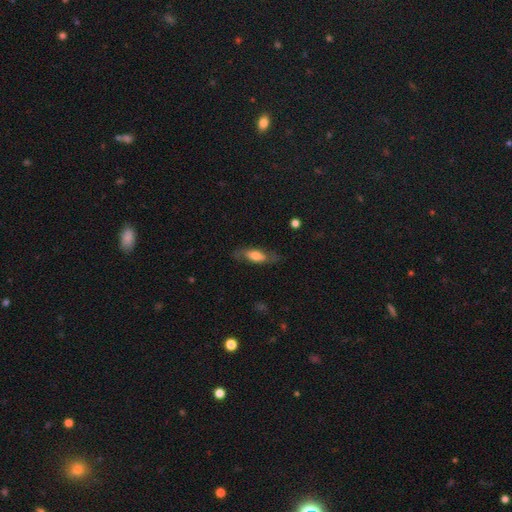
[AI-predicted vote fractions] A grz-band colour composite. It shows a smooth galaxy with no disk features (52%) that is in between round and cigar-shaped (66%). Merging: none (71%).